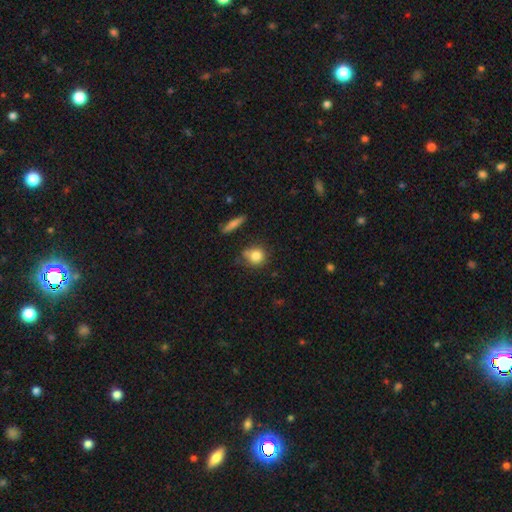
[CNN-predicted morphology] smooth_or_featured: smooth (p=0.82) [alt: star or artifact p=0.09]
how_rounded: round (p=0.82) [alt: in between p=0.16]
merging: none (p=0.64) [alt: minor disturbance p=0.21]